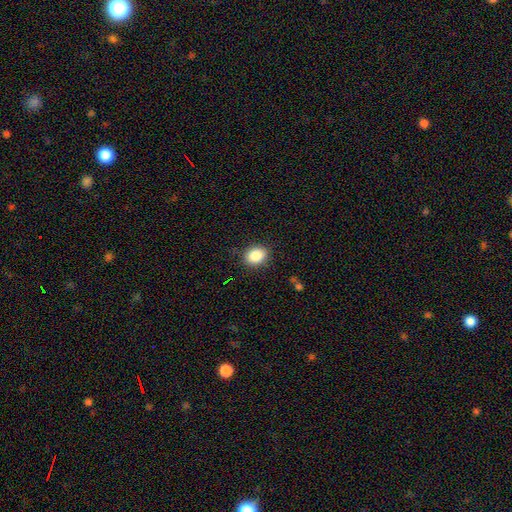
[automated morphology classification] Smooth or featured: smooth — 86% (star or artifact — 9%)
How rounded: in between — 55% (round — 44%)
Merging: none — 87% (minor disturbance — 10%)